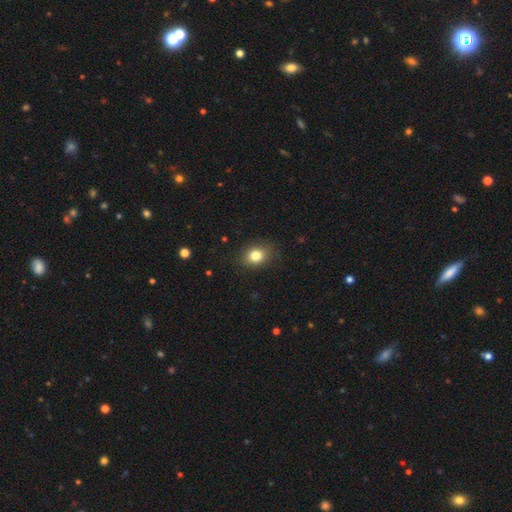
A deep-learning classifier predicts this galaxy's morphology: Q: Smooth or featured?
A: smooth (82%); runner-up: star or artifact (11%)
Q: How rounded?
A: in between (50%); runner-up: round (49%)
Q: Merging?
A: none (82%); runner-up: minor disturbance (13%)